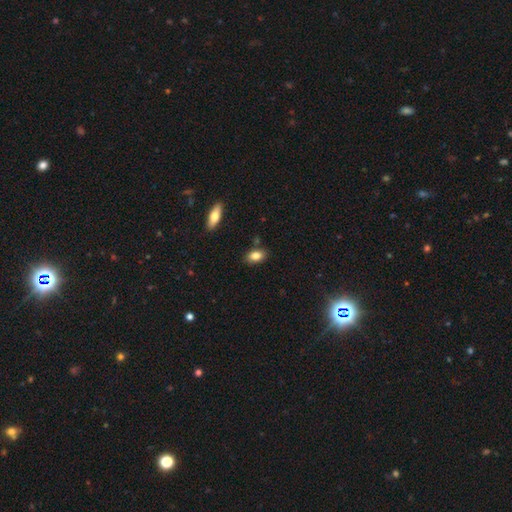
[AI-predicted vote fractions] Morphology: type=smooth (83%); roundness=in between (88%); merging=none (83%).